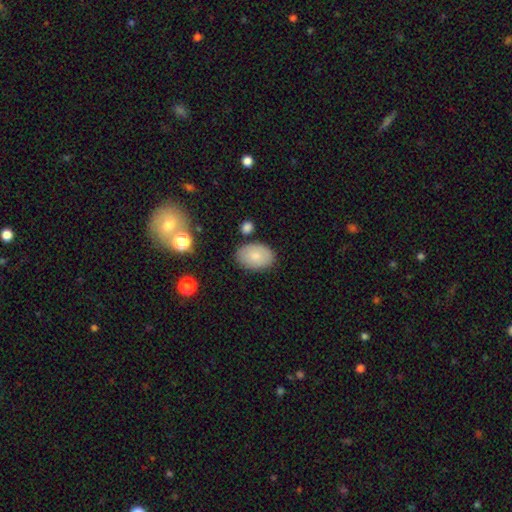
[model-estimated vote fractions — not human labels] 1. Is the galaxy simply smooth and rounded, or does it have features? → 81% smooth, 11% featured or disk, 7% star or artifact.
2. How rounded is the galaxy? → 87% in between, 12% round, 1% cigar-shaped.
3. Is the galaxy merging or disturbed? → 82% none, 12% minor disturbance, 3% merger, 3% major disturbance.